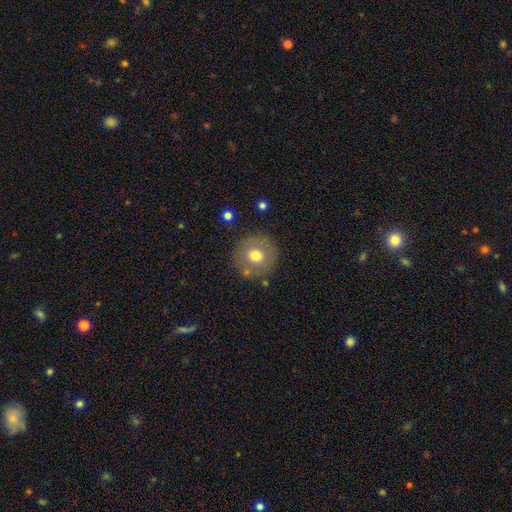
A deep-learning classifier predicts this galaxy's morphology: Q: Smooth or featured?
A: smooth (69%); runner-up: featured or disk (21%)
Q: How rounded?
A: round (94%); runner-up: in between (5%)
Q: Merging?
A: none (82%); runner-up: minor disturbance (10%)